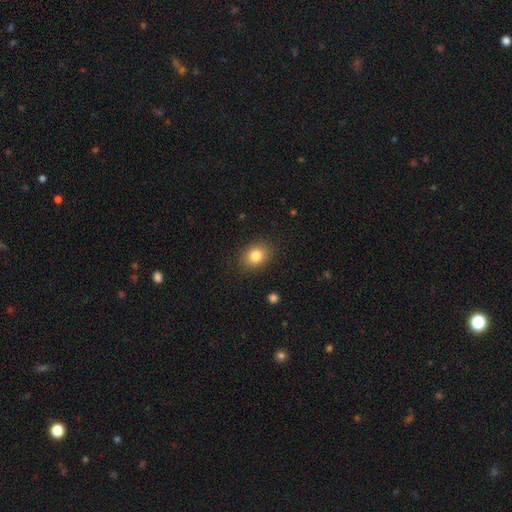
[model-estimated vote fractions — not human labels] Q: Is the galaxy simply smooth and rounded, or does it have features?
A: smooth — 82%.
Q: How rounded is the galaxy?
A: in between — 57%.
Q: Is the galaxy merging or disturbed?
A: none — 86%.